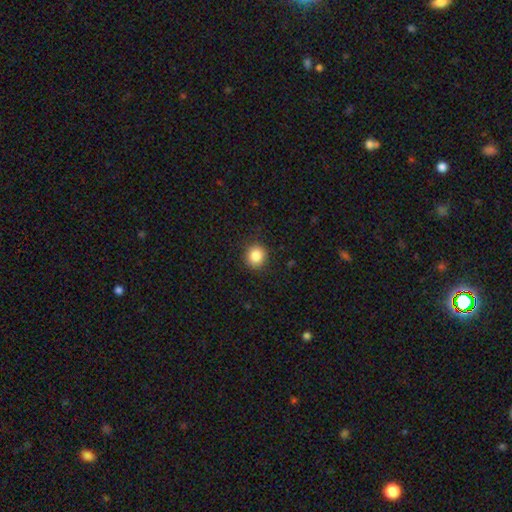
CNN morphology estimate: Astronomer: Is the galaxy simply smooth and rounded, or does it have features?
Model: smooth — 85%.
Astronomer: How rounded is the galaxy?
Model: round — 87%.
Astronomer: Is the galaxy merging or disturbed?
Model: none — 90%.